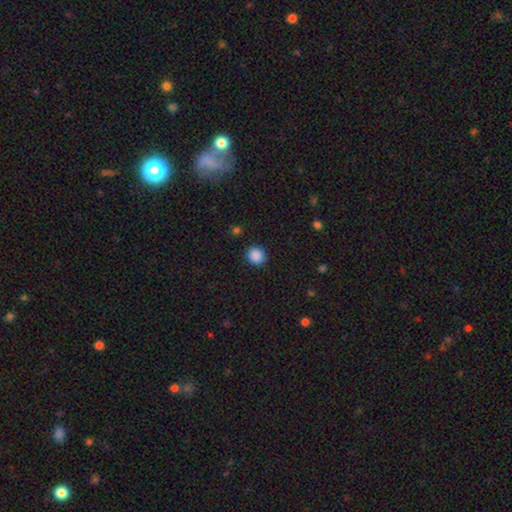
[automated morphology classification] This appears to be a smooth galaxy with no disk features (88%) that is round (89%). Merging: none (90%).